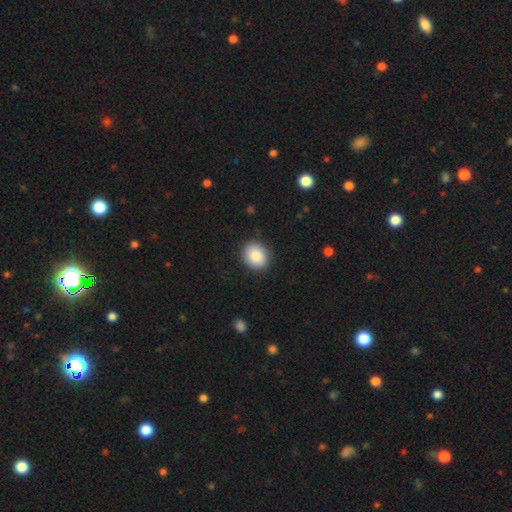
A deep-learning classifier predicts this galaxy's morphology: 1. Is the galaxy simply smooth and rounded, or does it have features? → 88% smooth, 7% star or artifact, 5% featured or disk.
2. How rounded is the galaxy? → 67% round, 32% in between, 1% cigar-shaped.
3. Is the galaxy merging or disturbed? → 88% none, 8% minor disturbance, 2% major disturbance, 1% merger.